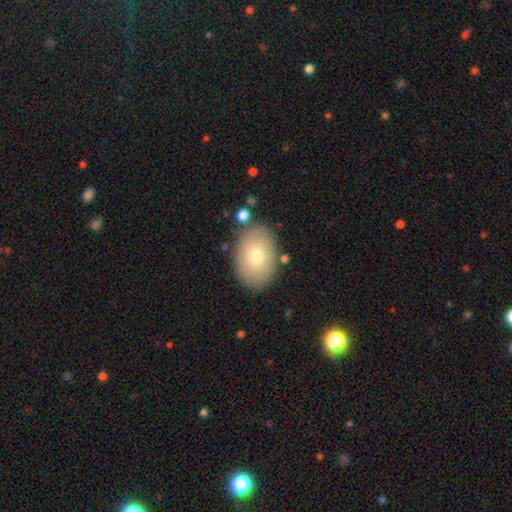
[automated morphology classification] Overall: smooth (73%). How rounded: in between (82%). Merging: none (83%).